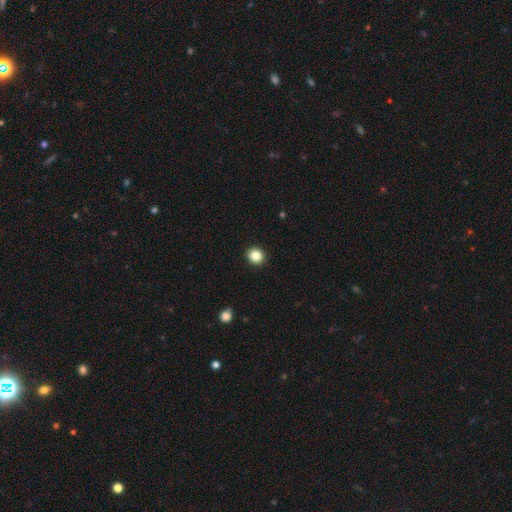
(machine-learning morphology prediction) smooth-or-featured: smooth: 85% | star or artifact: 11% | featured or disk: 4%
  how-rounded: round: 90% | in between: 9% | cigar-shaped: 1%
  merging: none: 93% | minor disturbance: 5% | major disturbance: 2% | merger: 1%